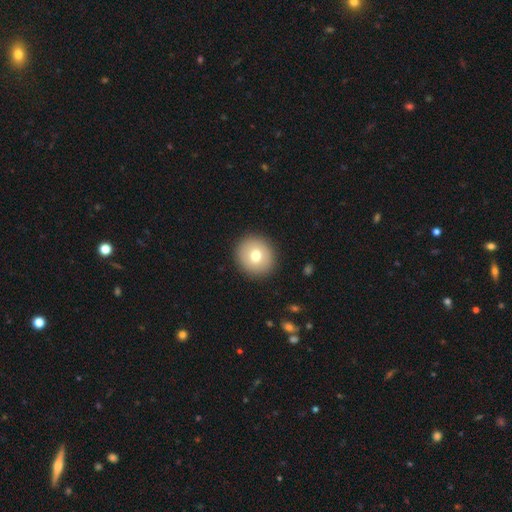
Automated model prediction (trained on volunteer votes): Morphology: type=smooth (73%); roundness=round (90%); merging=none (91%).